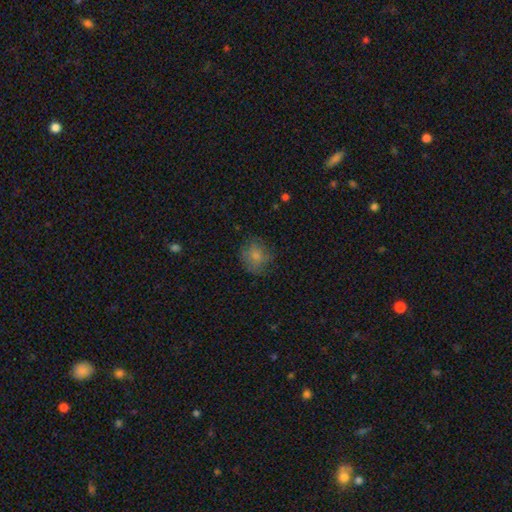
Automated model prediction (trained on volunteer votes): A smooth galaxy with no disk features (75%) that is round (75%). Merging: none (68%).